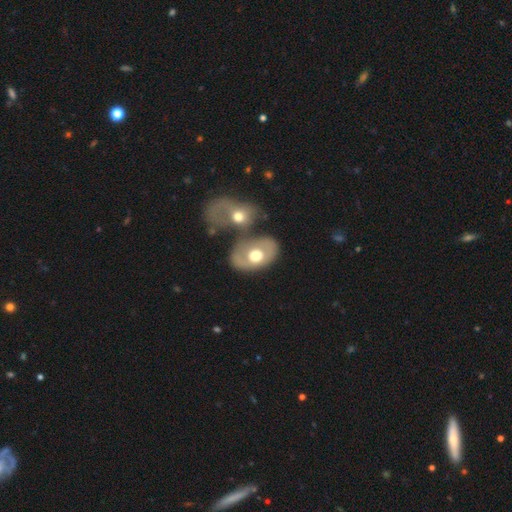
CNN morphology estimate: Q: Smooth or featured?
A: featured or disk (48%); runner-up: smooth (45%)
Q: Merging?
A: none (43%); runner-up: merger (36%)